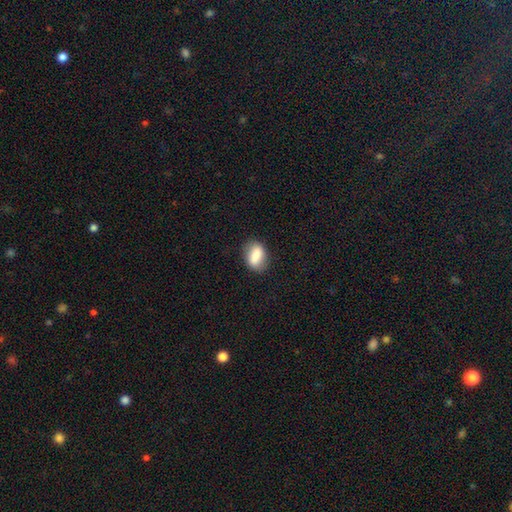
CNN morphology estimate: Smooth or featured? smooth (81%)
How rounded? in between (82%)
Merging? none (80%)